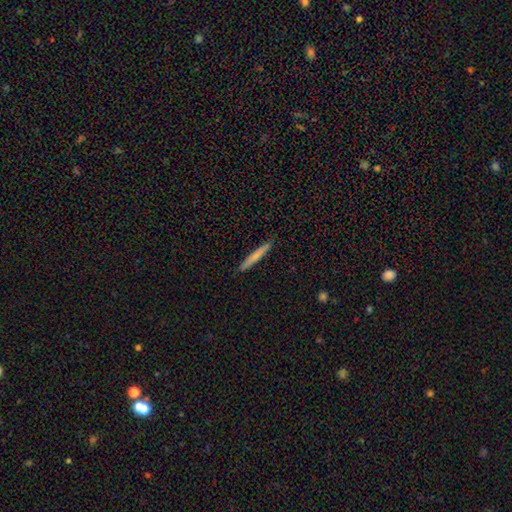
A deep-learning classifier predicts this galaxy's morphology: Smooth or featured? Predicted: smooth (p=0.71). How rounded? Predicted: cigar-shaped (p=0.96). Merging? Predicted: none (p=0.92).